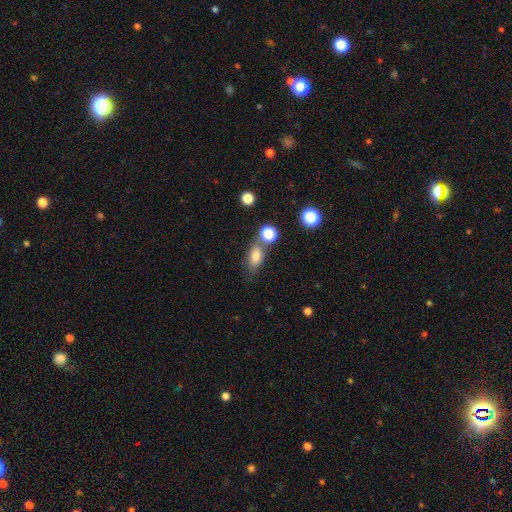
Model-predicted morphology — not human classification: This appears to be a smooth galaxy with no disk features (79%) that is in between round and cigar-shaped (80%). Merging: none (59%).